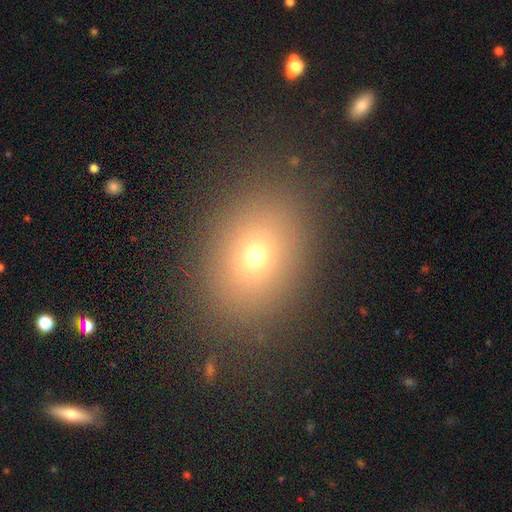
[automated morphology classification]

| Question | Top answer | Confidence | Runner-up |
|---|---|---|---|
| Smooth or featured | smooth | 68% | star or artifact (19%) |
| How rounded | in between | 58% | round (40%) |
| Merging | none | 86% | minor disturbance (8%) |